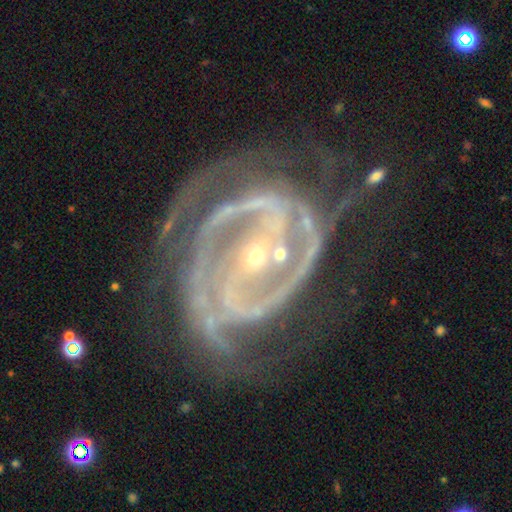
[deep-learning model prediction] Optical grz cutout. It shows a featured or disk galaxy (92%) with a strong bar (51%), 2 (47%) tight (61%) spiral arms (97%) and a small central bulge (80%). Merging: none (57%).